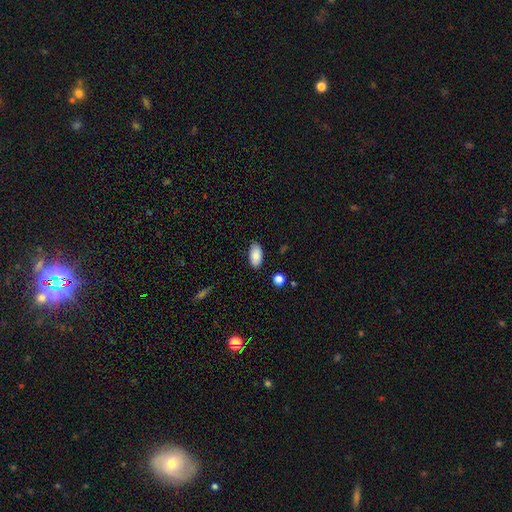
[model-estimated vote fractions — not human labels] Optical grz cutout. It shows a smooth galaxy with no disk features (84%) that is in between round and cigar-shaped (94%). Merging: none (84%).